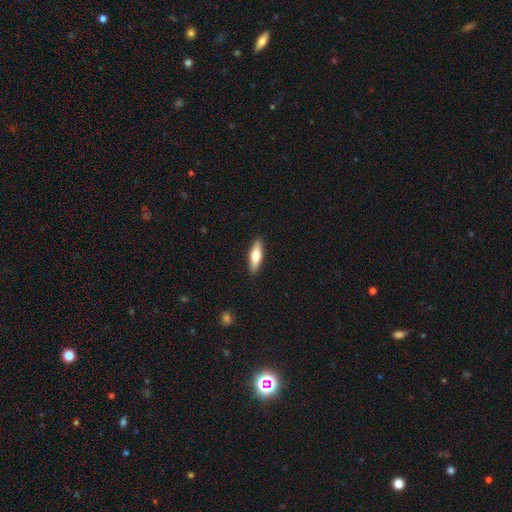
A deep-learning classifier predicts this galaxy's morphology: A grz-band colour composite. It shows a smooth galaxy with no disk features (61%) that is cigar-shaped (54%). Merging: none (90%).